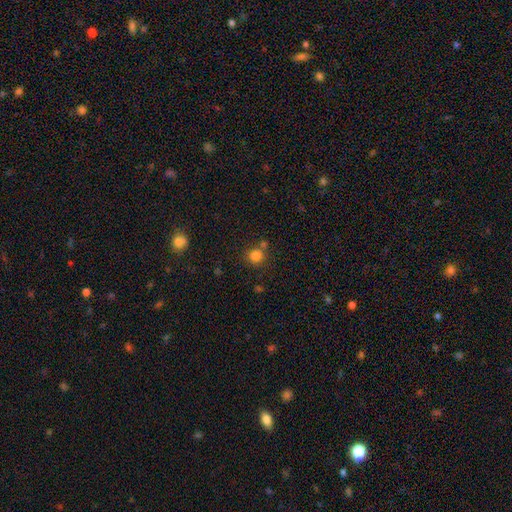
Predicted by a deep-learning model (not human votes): smooth 81%, star or artifact 13%, featured or disk 6%. Down the decision tree: how rounded — round (86%); merging — none (66%).